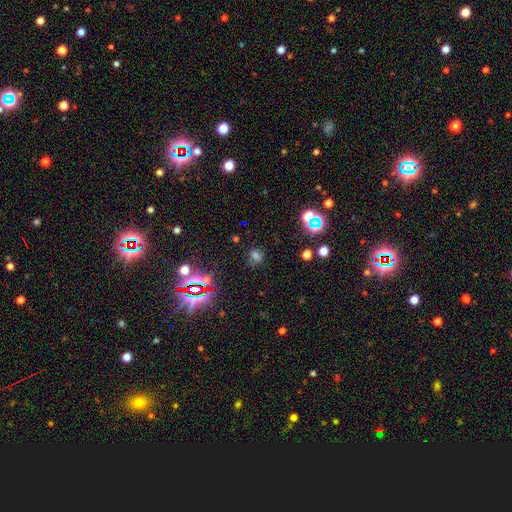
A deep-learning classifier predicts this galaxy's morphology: This is possibly a smooth galaxy (49%). Merging: likely none (74%).